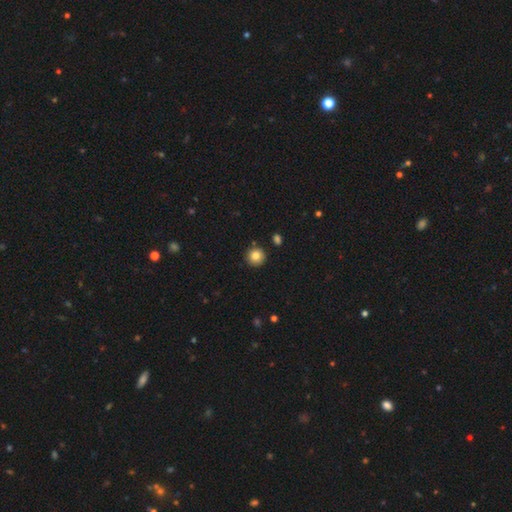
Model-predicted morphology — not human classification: A smooth galaxy with no disk features (83%) that is round (95%). Merging: none (89%).